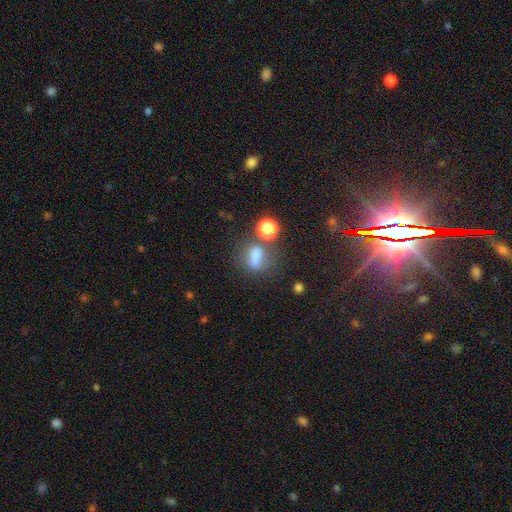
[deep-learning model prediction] This is likely a smooth galaxy (65%). How rounded: possibly in between (51%). Merging: possibly none (50%).